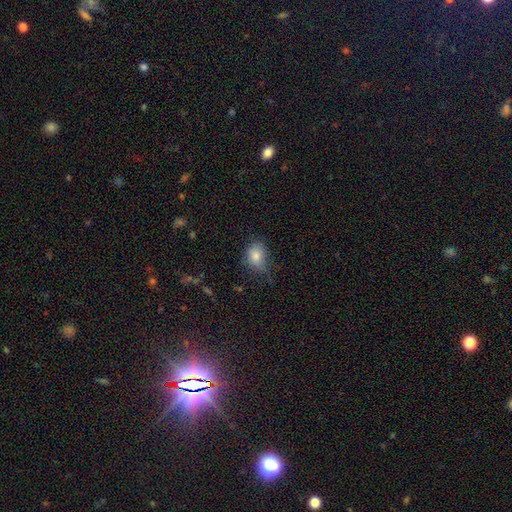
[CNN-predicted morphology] smooth-or-featured: smooth: 81% | star or artifact: 11% | featured or disk: 8%
  how-rounded: in between: 55% | round: 43% | cigar-shaped: 1%
  merging: none: 62% | minor disturbance: 29% | major disturbance: 7% | merger: 2%